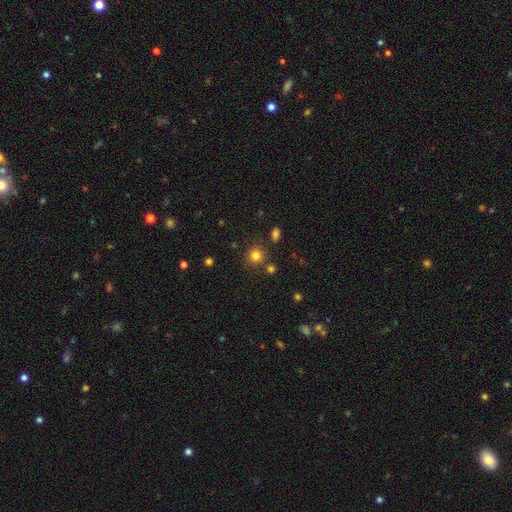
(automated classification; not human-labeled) Smooth or featured? smooth (80%)
How rounded? round (90%)
Merging? none (81%)